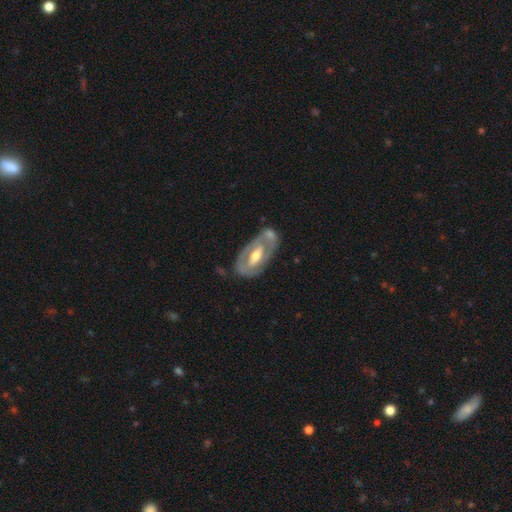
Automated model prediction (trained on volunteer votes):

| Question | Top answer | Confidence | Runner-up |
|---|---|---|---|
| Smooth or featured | featured or disk | 73% | smooth (23%) |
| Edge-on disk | no | 91% | yes (9%) |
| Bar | weak | 37% | strong (33%) |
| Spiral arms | yes | 54% | no (46%) |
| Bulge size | moderate | 68% | small (18%) |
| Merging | none | 57% | minor disturbance (23%) |